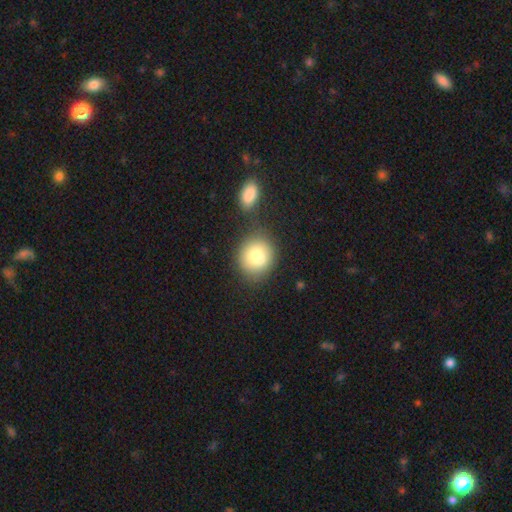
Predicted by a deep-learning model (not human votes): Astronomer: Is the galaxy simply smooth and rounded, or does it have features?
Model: smooth — 77%.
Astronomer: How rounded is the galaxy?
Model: round — 78%.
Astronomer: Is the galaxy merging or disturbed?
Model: none — 61%.